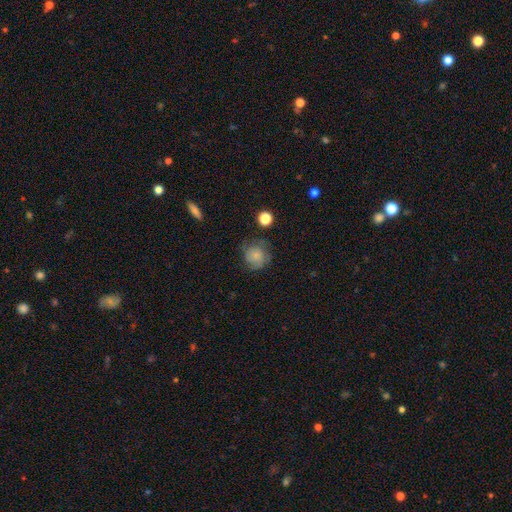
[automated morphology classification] smooth_or_featured: smooth (p=0.70) [alt: featured or disk p=0.19]
how_rounded: round (p=0.87) [alt: in between p=0.12]
merging: none (p=0.65) [alt: minor disturbance p=0.22]